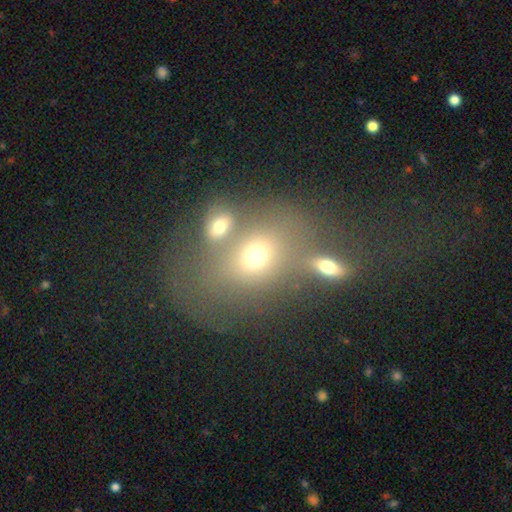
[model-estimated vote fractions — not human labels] The model was most divided on "merging": merger: 42%, none: 33%, minor disturbance: 13%, major disturbance: 12%. More confident: smooth or featured — smooth (62%); how rounded — in between (58%).